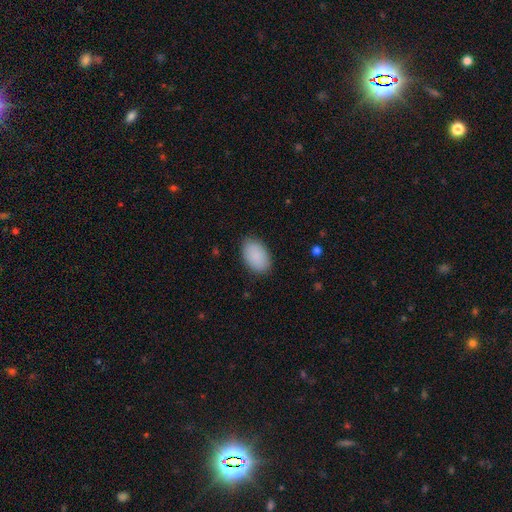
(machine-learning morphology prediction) The model was most divided on "merging": none: 86%, minor disturbance: 11%, major disturbance: 2%, merger: 1%. More confident: how rounded — in between (92%); smooth or featured — smooth (90%).